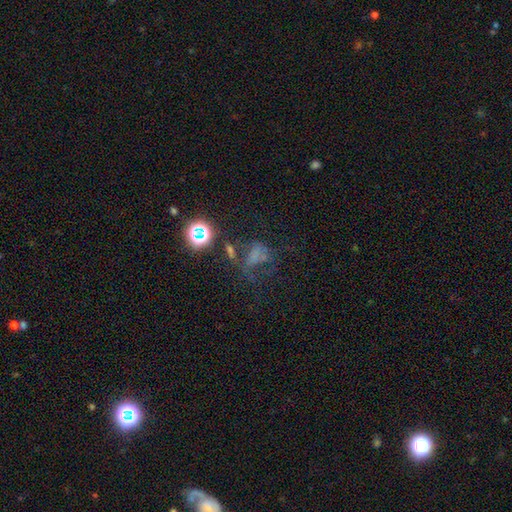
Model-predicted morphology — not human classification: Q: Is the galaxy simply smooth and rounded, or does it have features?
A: star or artifact — 40%.